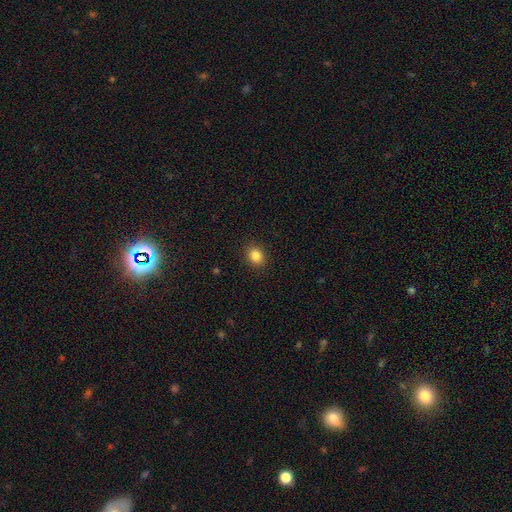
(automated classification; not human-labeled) A smooth galaxy with no disk features (85%) that is round (54%). Merging: none (90%).